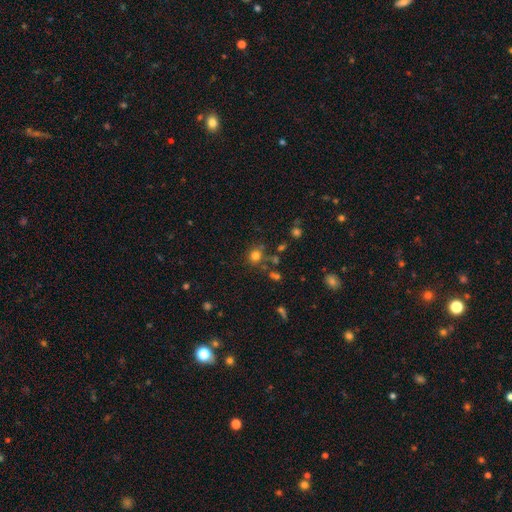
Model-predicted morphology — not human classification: Smooth or featured: smooth — 76% (star or artifact — 16%)
How rounded: round — 81% (in between — 18%)
Merging: none — 70% (minor disturbance — 13%)